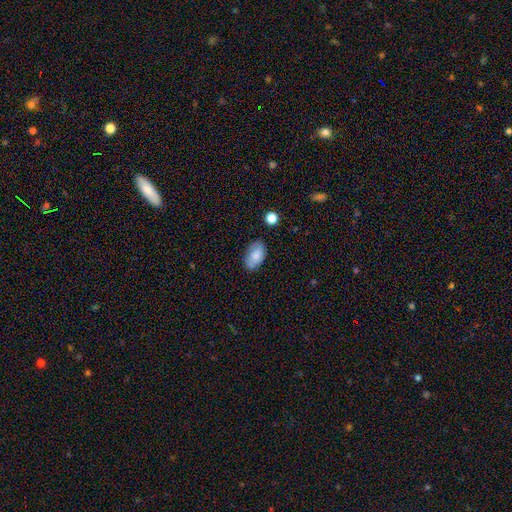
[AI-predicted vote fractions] This is likely a smooth galaxy (79%). How rounded: clearly in between (93%). Merging: likely none (77%).